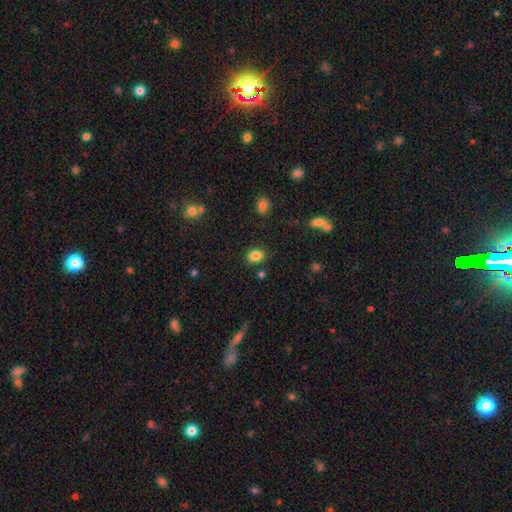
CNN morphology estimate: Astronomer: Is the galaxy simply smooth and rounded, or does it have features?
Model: smooth — 85%.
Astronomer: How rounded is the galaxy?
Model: in between — 72%.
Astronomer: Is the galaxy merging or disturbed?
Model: none — 82%.